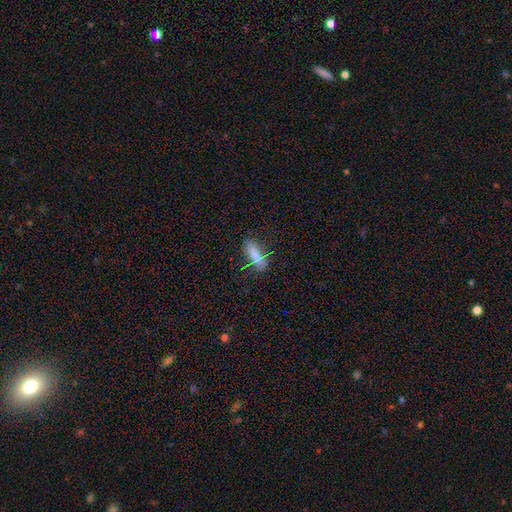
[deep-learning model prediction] Morphology: type=smooth (81%); roundness=cigar-shaped (56%); merging=none (74%).